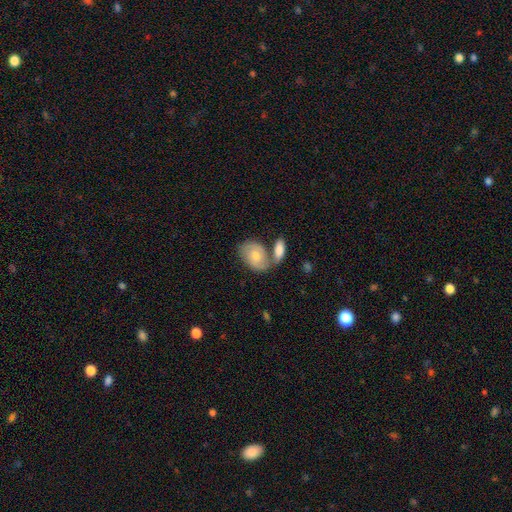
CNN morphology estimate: smooth_or_featured: smooth (p=0.56) [alt: featured or disk p=0.37]
how_rounded: in between (p=0.81) [alt: round p=0.17]
merging: merger (p=0.40) [alt: none p=0.39]